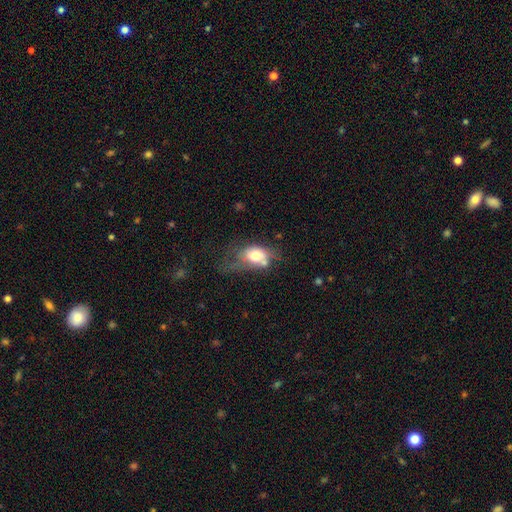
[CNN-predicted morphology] smooth_or_featured: smooth (p=0.66) [alt: featured or disk p=0.26]
how_rounded: in between (p=0.74) [alt: round p=0.24]
merging: major disturbance (p=0.32) [alt: minor disturbance p=0.27]